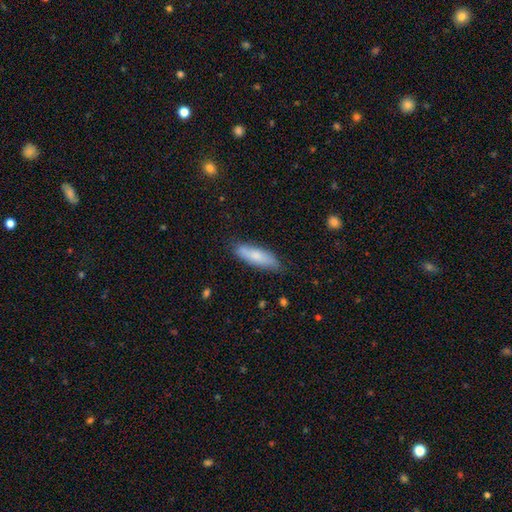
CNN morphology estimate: Smooth or featured? smooth (77%)
How rounded? cigar-shaped (55%)
Merging? none (78%)